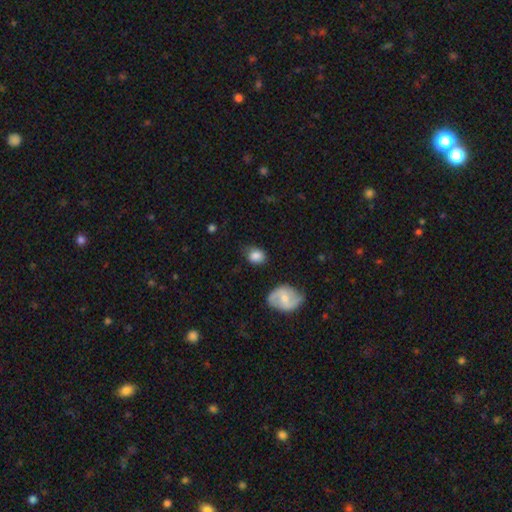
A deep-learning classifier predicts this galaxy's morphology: Smooth or featured: smooth — 80% (featured or disk — 13%)
How rounded: in between — 58% (round — 41%)
Merging: none — 68% (minor disturbance — 23%)